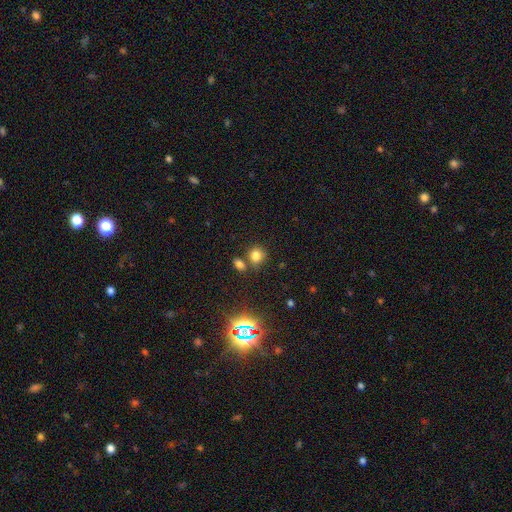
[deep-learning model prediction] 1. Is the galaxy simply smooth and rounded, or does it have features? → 75% smooth, 18% star or artifact, 7% featured or disk.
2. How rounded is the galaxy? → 72% round, 27% in between, 1% cigar-shaped.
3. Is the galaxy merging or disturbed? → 64% none, 22% merger, 10% minor disturbance, 4% major disturbance.